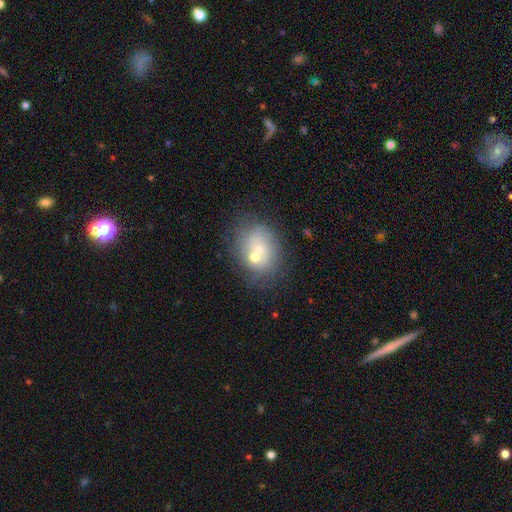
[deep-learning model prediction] Morphology: type=smooth (50%); merging=none (50%).